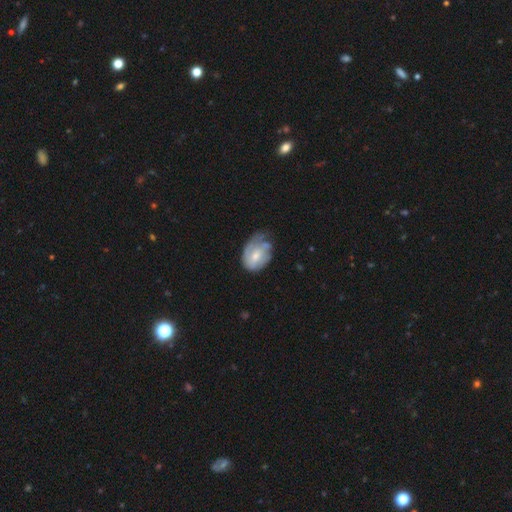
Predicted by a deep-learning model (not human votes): Smooth or featured? Predicted: featured or disk (p=0.53). Edge-on disk? Predicted: no (p=0.97). Bar? Predicted: no (p=0.58). Spiral arms? Predicted: yes (p=0.65). Bulge size? Predicted: moderate (p=0.48). Merging? Predicted: minor disturbance (p=0.38).